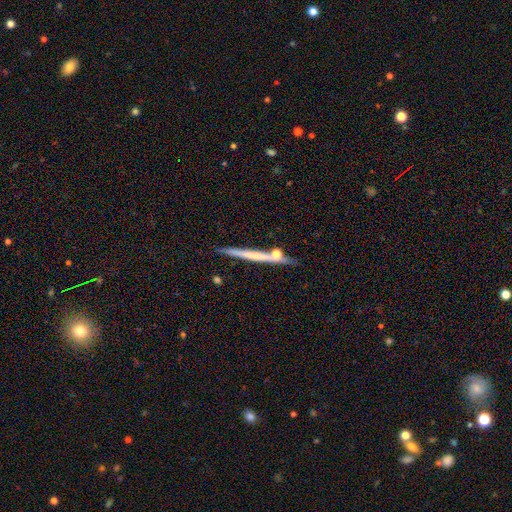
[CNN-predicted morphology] The model was most divided on "smooth or featured": featured or disk: 50%, smooth: 43%, star or artifact: 7%. More confident: merging — none (78%).